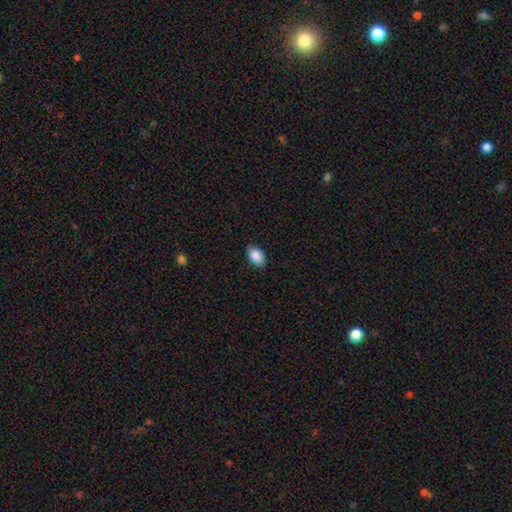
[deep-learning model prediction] Q: Smooth or featured?
A: smooth (89%); runner-up: star or artifact (7%)
Q: How rounded?
A: in between (91%); runner-up: round (8%)
Q: Merging?
A: none (87%); runner-up: minor disturbance (10%)